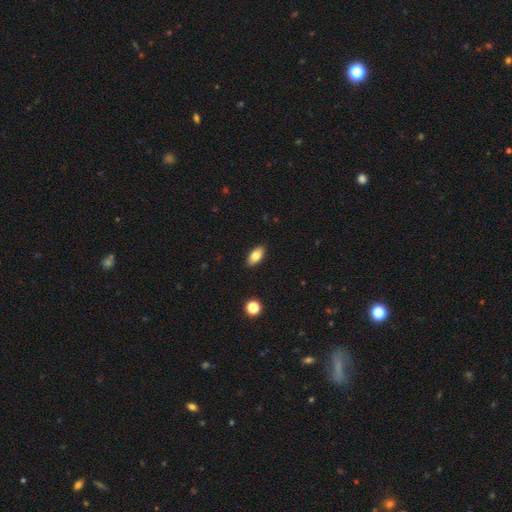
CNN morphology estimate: This is clearly a smooth galaxy (80%). How rounded: clearly in between (90%). Merging: clearly none (90%).